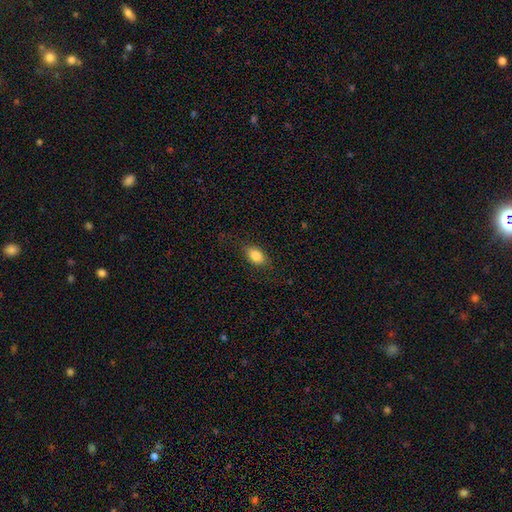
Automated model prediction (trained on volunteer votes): Overall: smooth (83%). How rounded: in between (84%). Merging: none (82%).